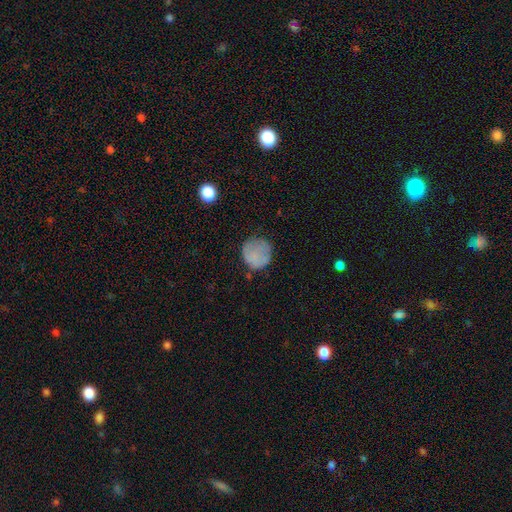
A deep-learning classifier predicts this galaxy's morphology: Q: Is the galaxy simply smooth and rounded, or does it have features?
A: smooth — 76%.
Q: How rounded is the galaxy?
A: round — 91%.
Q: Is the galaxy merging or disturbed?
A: none — 68%.